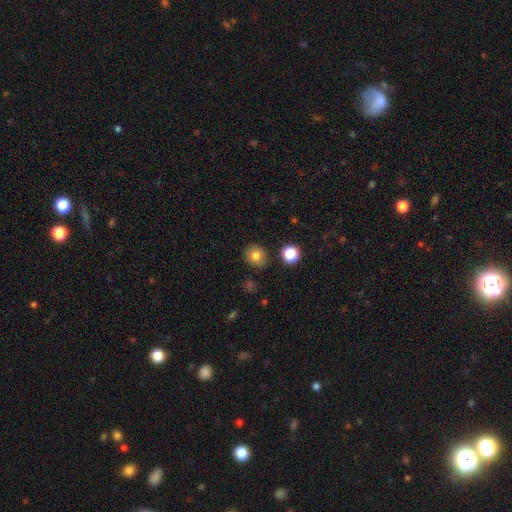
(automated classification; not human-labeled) Smooth or featured?
  - smooth: 80% *
  - star or artifact: 13%
  - featured or disk: 7%
How rounded?
  - round: 80% *
  - in between: 19%
  - cigar-shaped: 1%
Merging?
  - none: 86% *
  - minor disturbance: 9%
  - merger: 3%
  - major disturbance: 2%